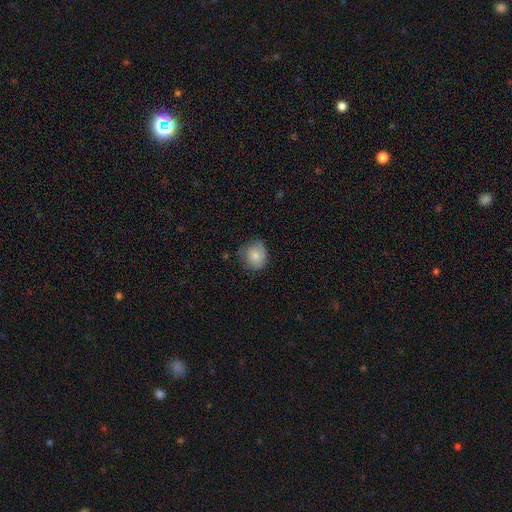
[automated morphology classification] This appears to be a smooth galaxy with no disk features (72%) that is round (76%). Merging: none (64%).